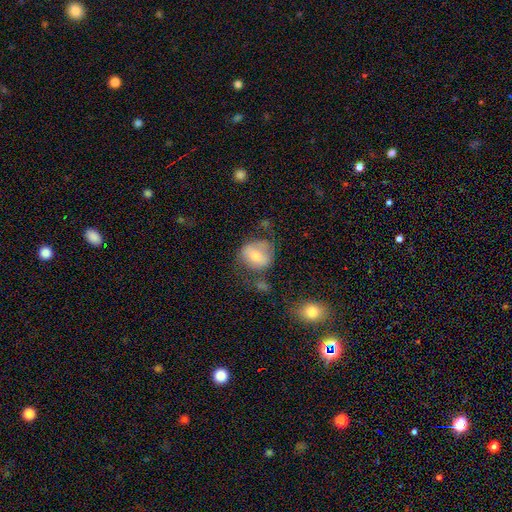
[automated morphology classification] type=smooth (66%); roundness=round (60%); merging=none (45%).